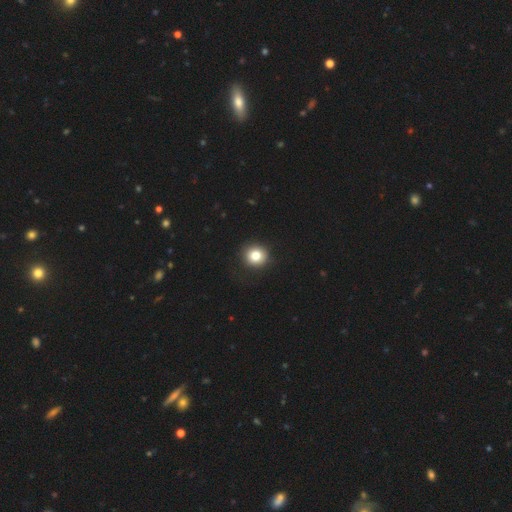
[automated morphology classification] smooth_or_featured: smooth (p=0.81) [alt: star or artifact p=0.11]
how_rounded: round (p=0.91) [alt: in between p=0.08]
merging: none (p=0.89) [alt: minor disturbance p=0.07]